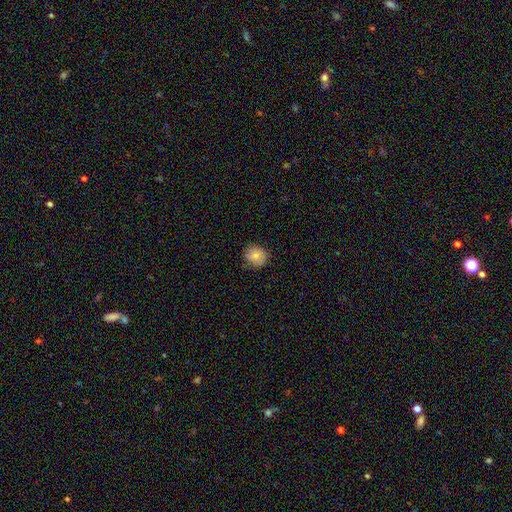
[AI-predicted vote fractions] This appears to be a smooth galaxy with no disk features (79%) that is round (75%). Merging: none (74%).